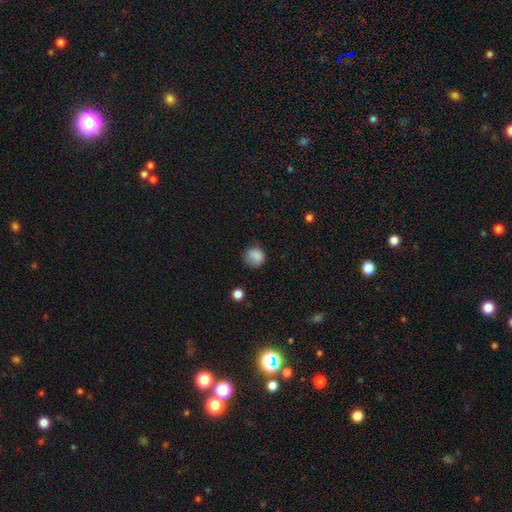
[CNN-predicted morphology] Q: Smooth or featured?
A: smooth (84%); runner-up: star or artifact (10%)
Q: How rounded?
A: round (82%); runner-up: in between (17%)
Q: Merging?
A: none (70%); runner-up: minor disturbance (22%)